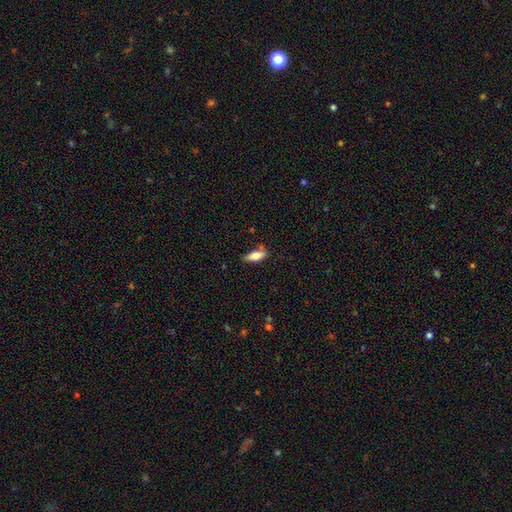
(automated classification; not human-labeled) Smooth or featured? smooth (73%)
How rounded? in between (69%)
Merging? none (62%)